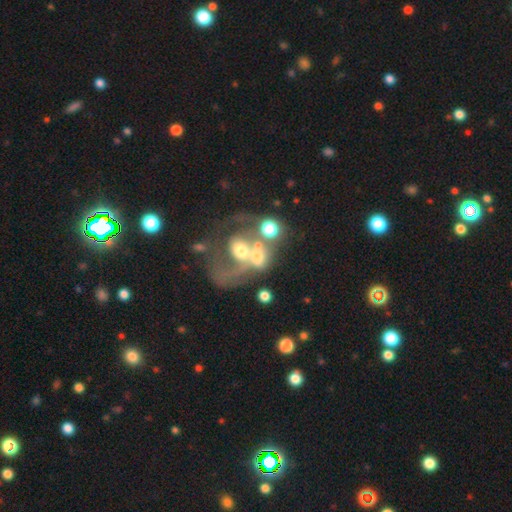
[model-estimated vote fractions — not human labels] featured or disk 57%, smooth 28%, star or artifact 15%. Down the decision tree: edge-on disk — no (97%); bar — no (75%); spiral arms — no (62%); bulge size — moderate (50%); merging — merger (53%).